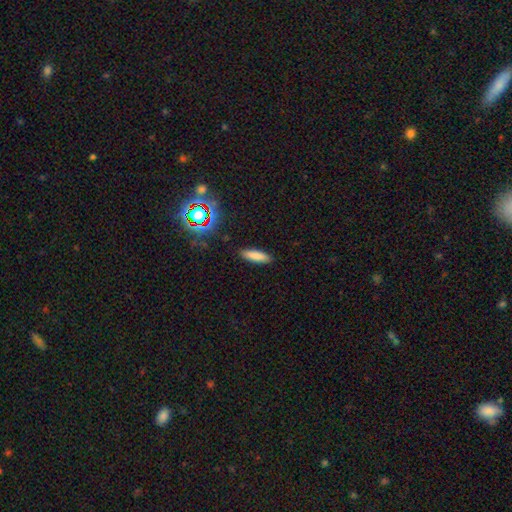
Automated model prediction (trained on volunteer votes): The model was most divided on "how rounded": cigar-shaped: 55%, in between: 43%, round: 2%. More confident: merging — none (88%); smooth or featured — smooth (82%).